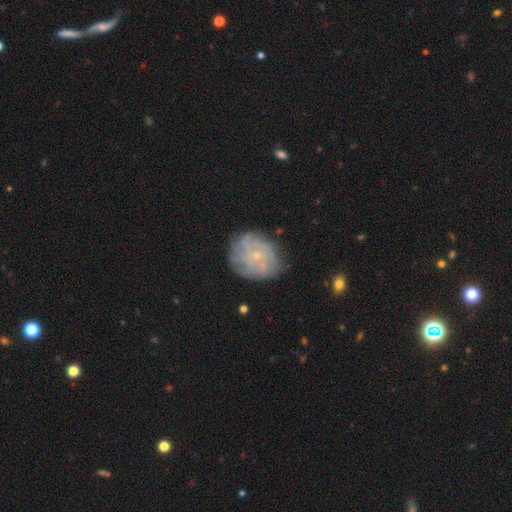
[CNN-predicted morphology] A featured or disk galaxy (72%) with no bar (77%), tight (62%) spiral arms (88%) and a small central bulge (80%).

Vote fractions:
- Smooth or featured? featured or disk: 72% / smooth: 19% / star or artifact: 9%
- Edge-on disk? no: 98% / yes: 2%
- Bar? no: 77% / weak: 20% / strong: 3%
- Spiral arms? yes: 88% / no: 12%
- Spiral winding? tight: 62% / medium: 27% / loose: 11%
- Spiral arm count? can't tell: 43% / 4: 19% / more than 4: 13% / 3: 10% / 2: 8% / 1: 7%
- Bulge size? small: 80% / moderate: 14% / none: 4% / large: 1% / dominant: 1%
- Merging? none: 77% / minor disturbance: 16% / major disturbance: 6% / merger: 1%